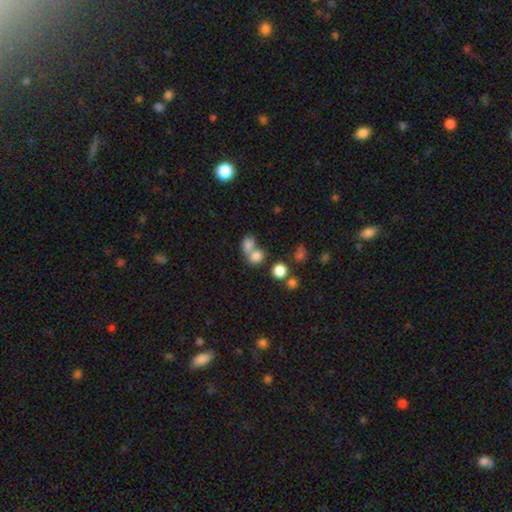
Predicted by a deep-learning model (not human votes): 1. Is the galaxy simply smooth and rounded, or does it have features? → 77% smooth, 13% star or artifact, 10% featured or disk.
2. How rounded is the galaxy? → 64% round, 34% in between, 1% cigar-shaped.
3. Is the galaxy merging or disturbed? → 54% merger, 34% none, 7% minor disturbance, 4% major disturbance.